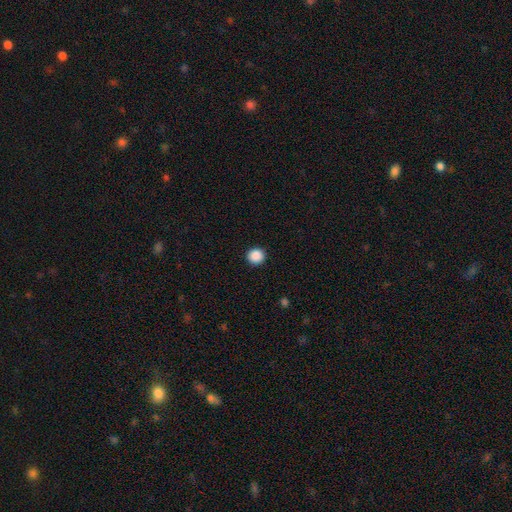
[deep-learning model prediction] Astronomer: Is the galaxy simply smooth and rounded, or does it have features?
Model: smooth — 89%.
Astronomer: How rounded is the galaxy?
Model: round — 94%.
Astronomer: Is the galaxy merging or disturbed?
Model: none — 93%.